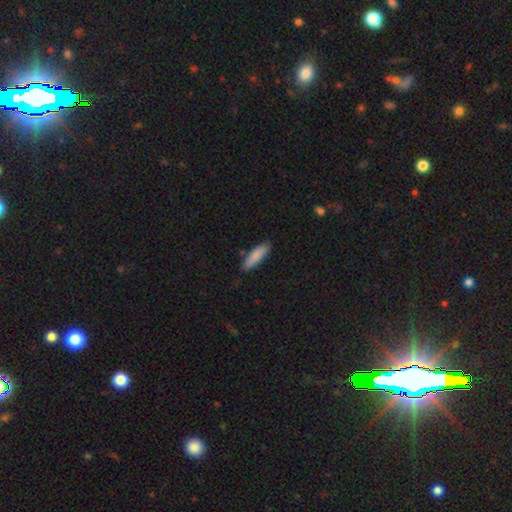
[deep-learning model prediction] Overall: smooth (86%). How rounded: cigar-shaped (56%; in between 42%). Merging: none (83%).